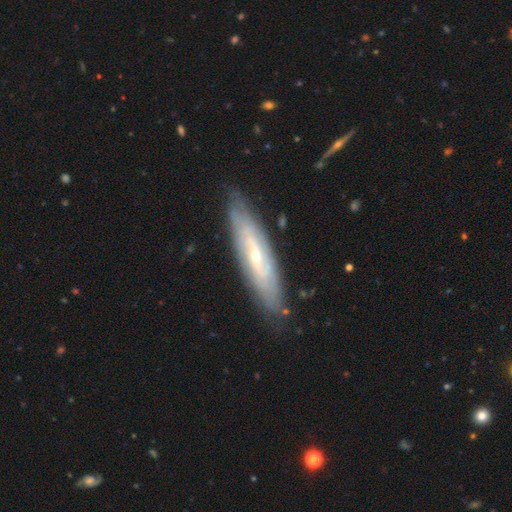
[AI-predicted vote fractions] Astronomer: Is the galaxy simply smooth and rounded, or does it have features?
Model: featured or disk — 74%.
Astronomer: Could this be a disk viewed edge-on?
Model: no — 66%.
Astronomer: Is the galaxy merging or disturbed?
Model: none — 82%.